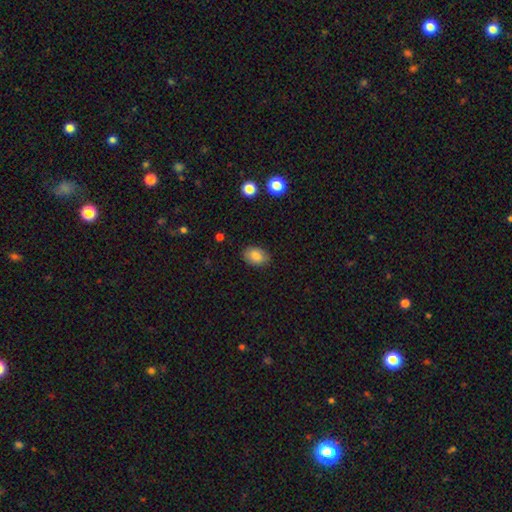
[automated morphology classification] The model was most divided on "how rounded": in between: 75%, round: 24%, cigar-shaped: 1%. More confident: merging — none (85%); smooth or featured — smooth (84%).